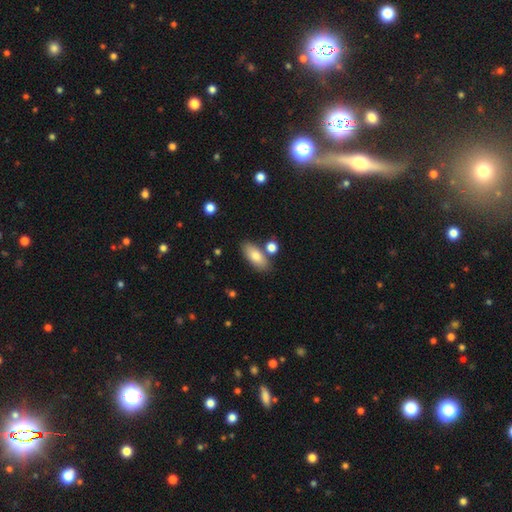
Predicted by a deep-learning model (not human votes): Overall: smooth (80%). How rounded: in between (83%). Merging: none (75%).